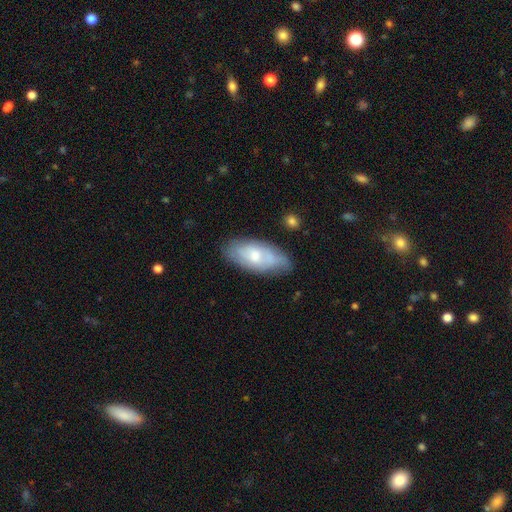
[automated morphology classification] A smooth galaxy with no disk features (52%) that is in between round and cigar-shaped (90%).

Vote fractions:
- Smooth or featured? smooth: 52% / featured or disk: 42% / star or artifact: 6%
- How rounded? in between: 90% / cigar-shaped: 8% / round: 3%
- Merging? none: 62% / minor disturbance: 27% / major disturbance: 7% / merger: 4%